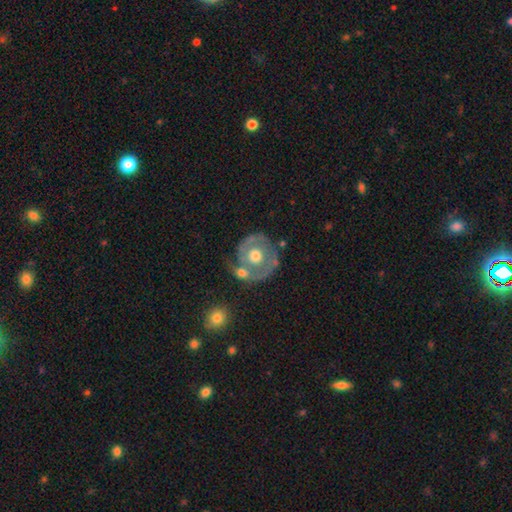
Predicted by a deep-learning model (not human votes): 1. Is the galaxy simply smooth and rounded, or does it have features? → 65% featured or disk, 29% smooth, 5% star or artifact.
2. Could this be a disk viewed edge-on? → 97% no, 3% yes.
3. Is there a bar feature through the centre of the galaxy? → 86% no, 11% weak, 3% strong.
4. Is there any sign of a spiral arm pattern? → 50% yes (tied), 50% no (tied).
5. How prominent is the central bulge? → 72% moderate, 17% large, 9% small, 2% none, 1% dominant.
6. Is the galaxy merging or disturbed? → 52% none, 21% merger, 17% minor disturbance, 9% major disturbance.